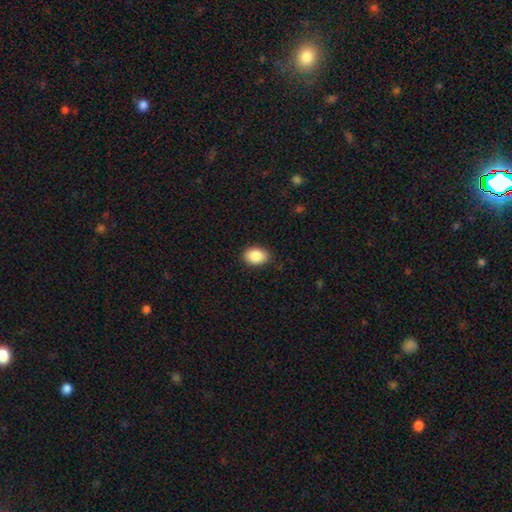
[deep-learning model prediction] This is clearly a smooth galaxy (87%). How rounded: likely in between (75%). Merging: clearly none (87%).